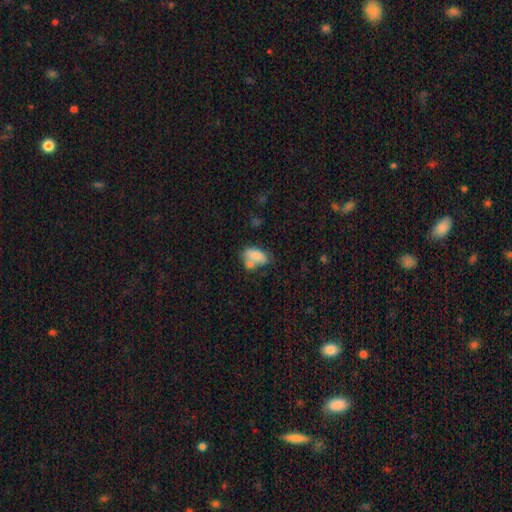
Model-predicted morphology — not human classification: smooth 76%, featured or disk 16%, star or artifact 8%. Down the decision tree: how rounded — in between (89%); merging — none (36%).